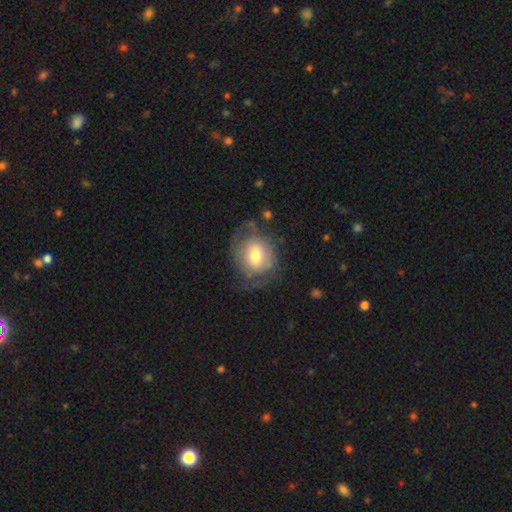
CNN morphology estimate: type=smooth (51%); roundness=round (72%); merging=none (56%).